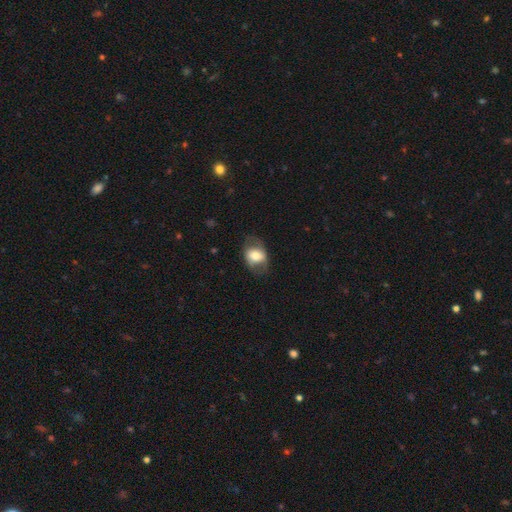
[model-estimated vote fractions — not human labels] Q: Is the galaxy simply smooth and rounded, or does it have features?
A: smooth — 57%.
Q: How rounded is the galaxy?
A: in between — 72%.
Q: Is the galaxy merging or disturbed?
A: none — 70%.